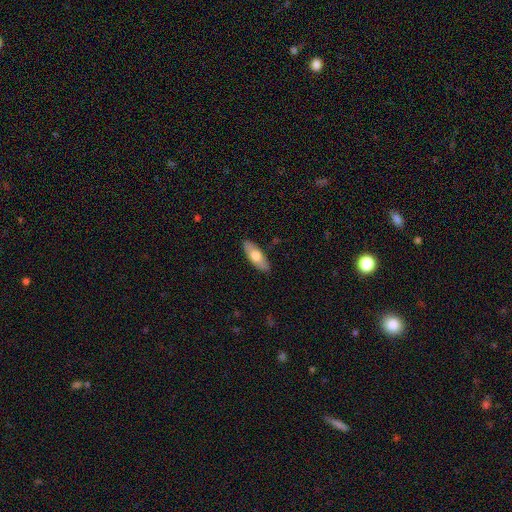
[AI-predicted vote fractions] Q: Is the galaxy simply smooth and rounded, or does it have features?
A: smooth — 65%.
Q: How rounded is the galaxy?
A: in between — 72%.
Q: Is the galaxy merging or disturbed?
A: none — 88%.